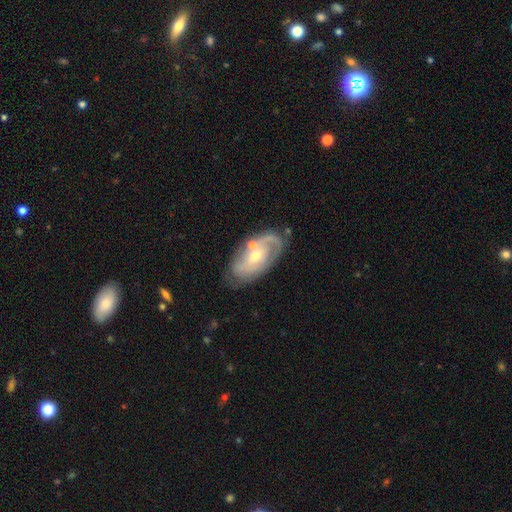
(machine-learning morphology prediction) Smooth or featured: featured or disk — 82% (smooth — 13%)
Edge-on disk: no — 95% (yes — 5%)
Bar: no — 62% (weak — 30%)
Spiral arms: yes — 91% (no — 9%)
Spiral winding: tight — 46% (medium — 38%)
Spiral arm count: 2 — 52% (can't tell — 19%)
Bulge size: moderate — 50% (small — 47%)
Merging: none — 65% (minor disturbance — 18%)